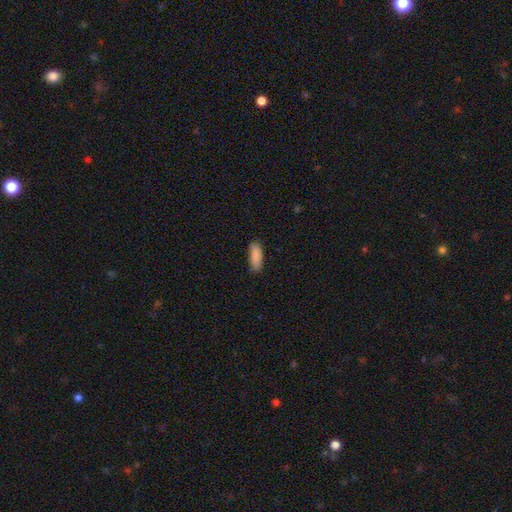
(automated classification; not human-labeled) A smooth galaxy with no disk features (88%) that is in between round and cigar-shaped (63%). Merging: none (83%).